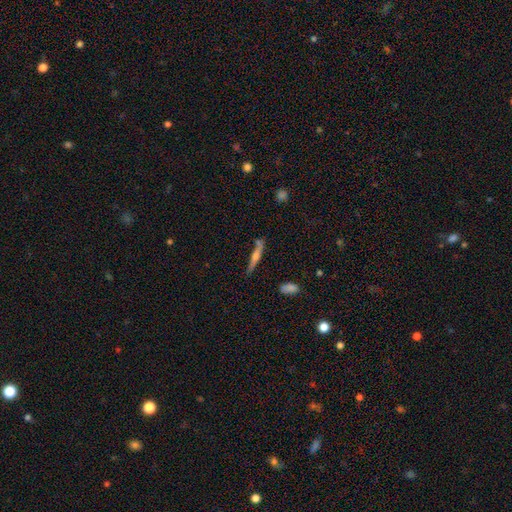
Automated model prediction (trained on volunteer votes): A featured or disk galaxy (66%) viewed edge-on (96%) with a rounded central bulge (85%). Merging: none (79%).